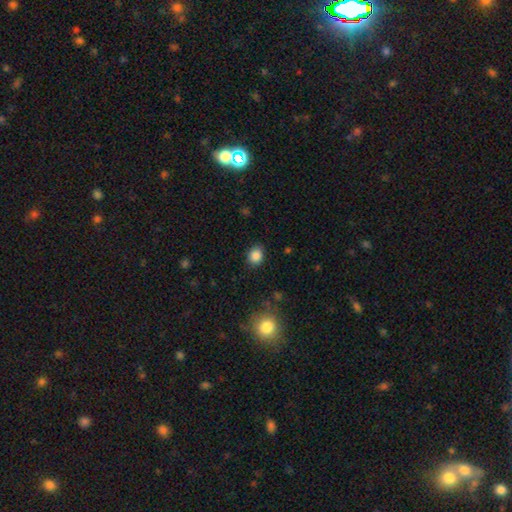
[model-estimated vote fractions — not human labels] The model was most divided on "how rounded": round: 63%, in between: 36%, cigar-shaped: 1%. More confident: smooth or featured — smooth (86%); merging — none (86%).